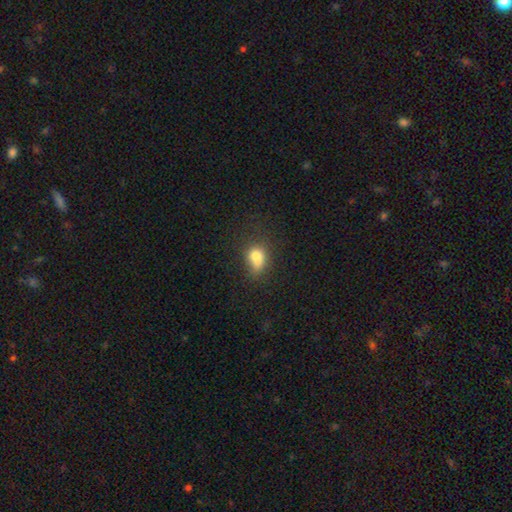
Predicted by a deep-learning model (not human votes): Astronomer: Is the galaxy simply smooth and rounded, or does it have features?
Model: smooth — 74%.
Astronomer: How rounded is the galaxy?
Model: in between — 52% (runner-up: round, 46%).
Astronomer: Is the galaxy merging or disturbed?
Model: none — 40% (runner-up: minor disturbance, 25%).